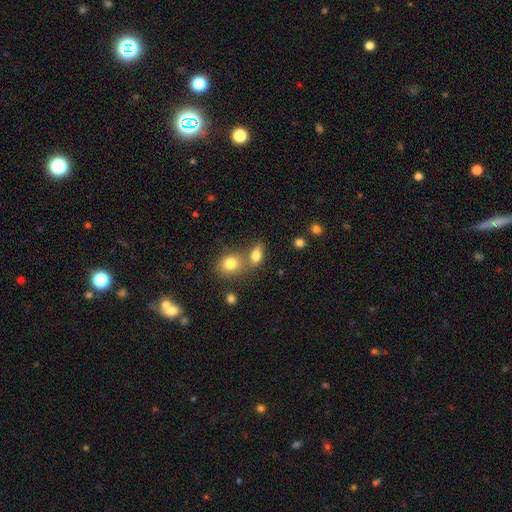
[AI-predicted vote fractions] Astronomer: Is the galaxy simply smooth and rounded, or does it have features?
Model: smooth — 79%.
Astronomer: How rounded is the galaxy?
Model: in between — 75%.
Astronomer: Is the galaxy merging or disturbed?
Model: none — 43% (runner-up: merger, 41%).